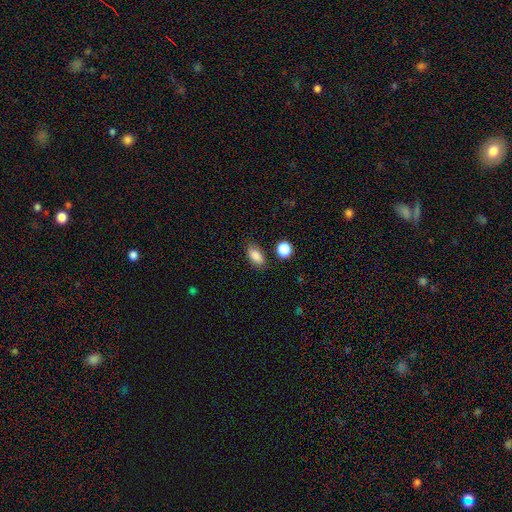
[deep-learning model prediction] A smooth galaxy with no disk features (86%) that is in between round and cigar-shaped (88%).

Vote fractions:
- Smooth or featured? smooth: 86% / star or artifact: 9% / featured or disk: 5%
- How rounded? in between: 88% / round: 8% / cigar-shaped: 5%
- Merging? none: 81% / minor disturbance: 13% / merger: 4% / major disturbance: 3%